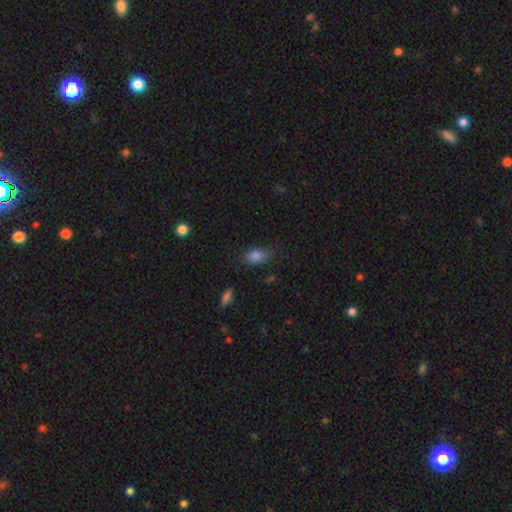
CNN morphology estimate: This appears to be a smooth galaxy with no disk features (84%) that is in between round and cigar-shaped (85%). Merging: none (71%).